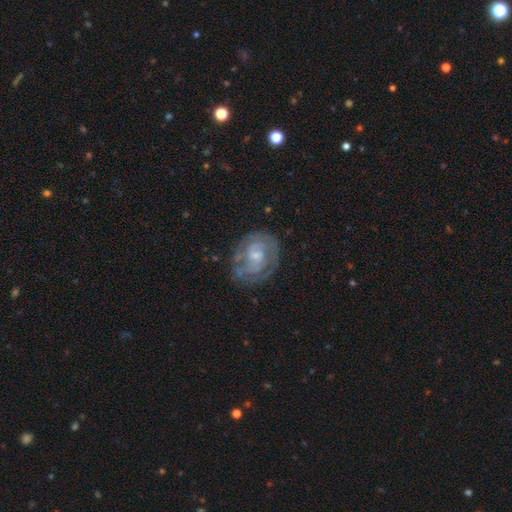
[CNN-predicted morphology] Smooth or featured? featured or disk (78%)
Edge-on disk? no (97%)
Bar? no (58%)
Spiral arms? yes (82%)
Spiral winding? tight (58%)
Spiral arm count? 2 (39%)
Bulge size? small (56%)
Merging? none (68%)